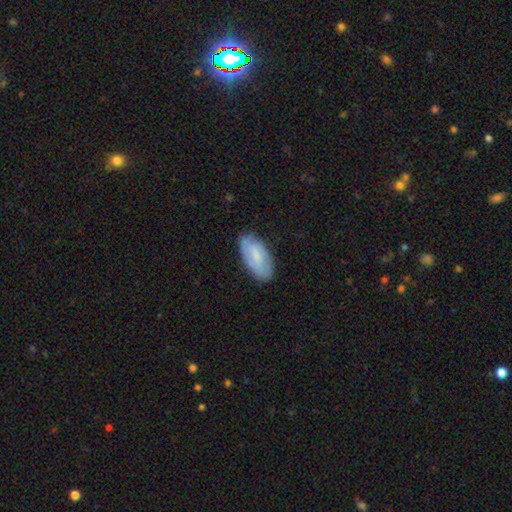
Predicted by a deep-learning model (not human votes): Q: Smooth or featured?
A: smooth (55%); runner-up: featured or disk (38%)
Q: How rounded?
A: in between (92%); runner-up: cigar-shaped (5%)
Q: Merging?
A: none (75%); runner-up: minor disturbance (19%)